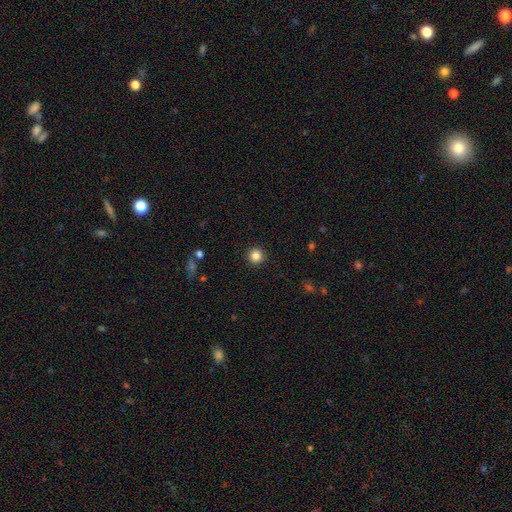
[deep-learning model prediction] smooth 84%, star or artifact 11%, featured or disk 5%. Down the decision tree: how rounded — round (96%); merging — none (93%).